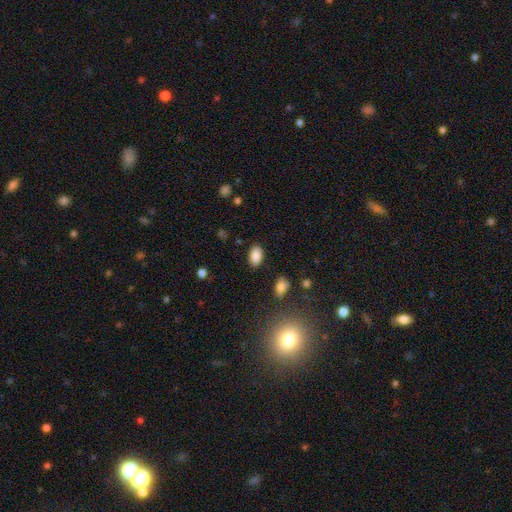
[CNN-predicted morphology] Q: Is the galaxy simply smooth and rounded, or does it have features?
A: smooth — 87%.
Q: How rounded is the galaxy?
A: in between — 92%.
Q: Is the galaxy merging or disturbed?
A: none — 87%.